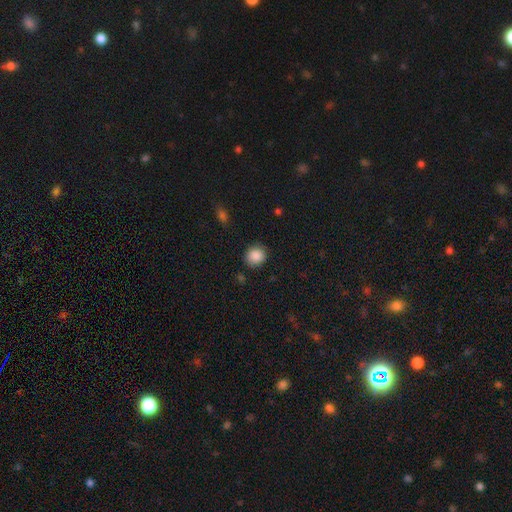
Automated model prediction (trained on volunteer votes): Overall: smooth (88%). How rounded: round (79%). Merging: none (83%).